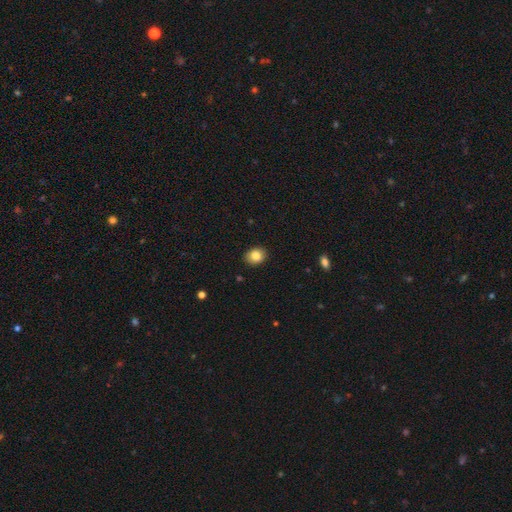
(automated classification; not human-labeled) Smooth or featured? smooth (85%)
How rounded? round (54%)
Merging? none (89%)